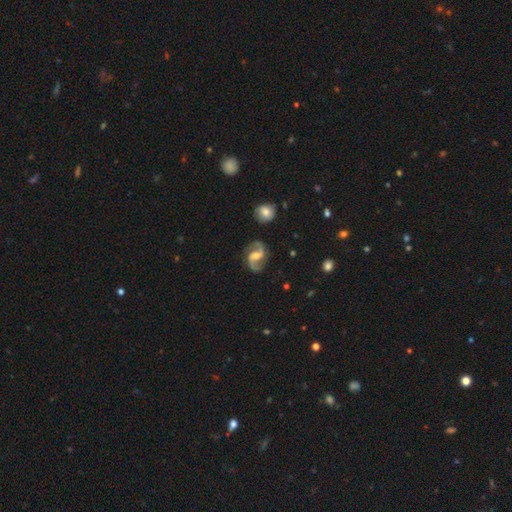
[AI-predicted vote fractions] The model was most divided on "spiral winding" (2-way tie): loose: 46%, medium: 46%, tight: 9%. More confident: edge-on disk — no (98%); spiral arms — yes (97%); spiral arm count — 2 (94%); smooth or featured — featured or disk (91%); merging — none (82%); bar — weak (51%); bulge size — moderate (51%).